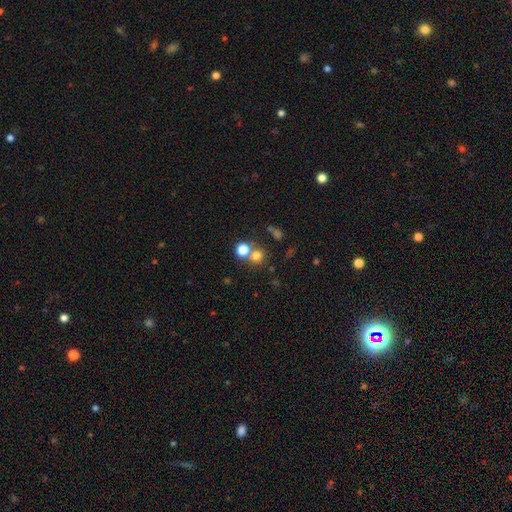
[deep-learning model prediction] Q: Smooth or featured?
A: smooth (71%); runner-up: star or artifact (19%)
Q: How rounded?
A: round (84%); runner-up: in between (15%)
Q: Merging?
A: none (56%); runner-up: merger (33%)